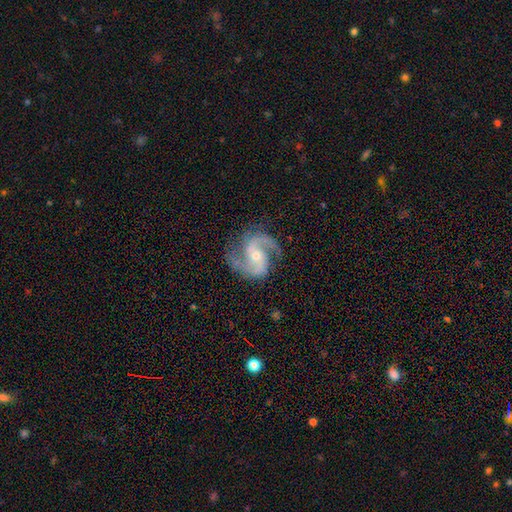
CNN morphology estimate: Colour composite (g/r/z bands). It shows a featured or disk galaxy (92%) with no bar (51%), 2 (87%) medium (62%) spiral arms (98%) and a small central bulge (56%). Merging: none (78%).